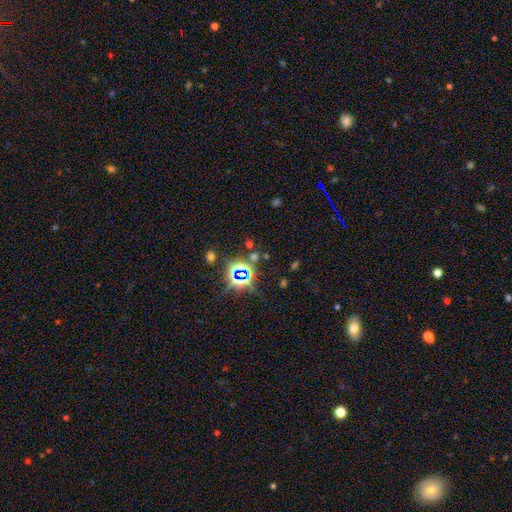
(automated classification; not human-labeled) smooth_or_featured: star or artifact (p=0.77) [alt: smooth p=0.14]